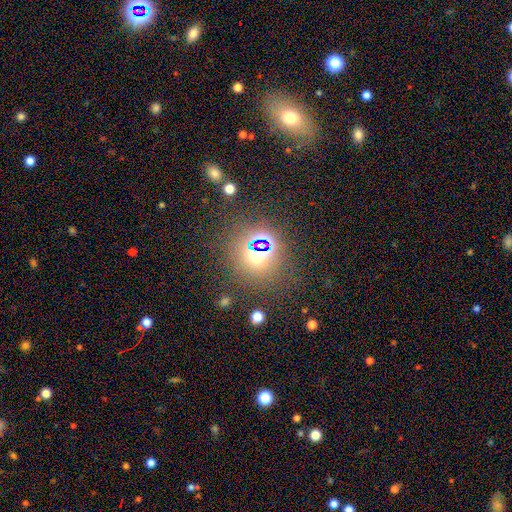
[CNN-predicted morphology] type=star or artifact (58%).